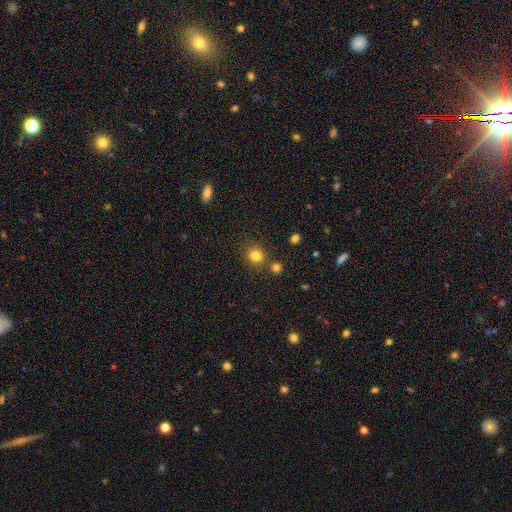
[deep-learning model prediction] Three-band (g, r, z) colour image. It shows a smooth galaxy with no disk features (82%) that is round (80%). Merging: none (76%).